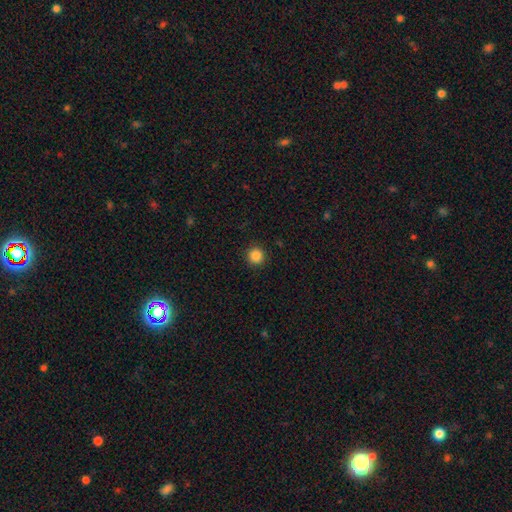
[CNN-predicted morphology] smooth_or_featured: smooth (p=0.86) [alt: star or artifact p=0.11]
how_rounded: round (p=0.96) [alt: in between p=0.03]
merging: none (p=0.93) [alt: minor disturbance p=0.05]